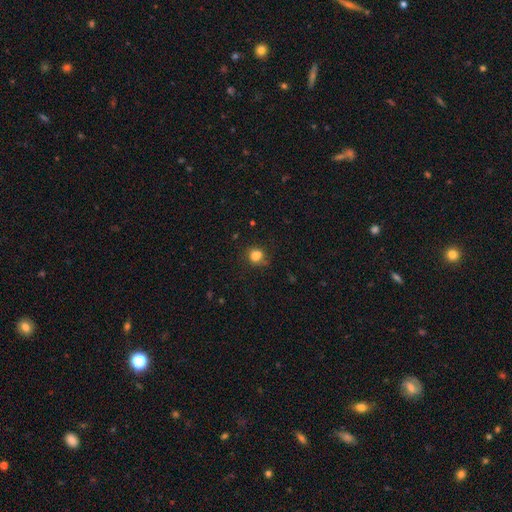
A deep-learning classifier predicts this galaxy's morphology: Smooth or featured? smooth (81%)
How rounded? round (77%)
Merging? none (69%)